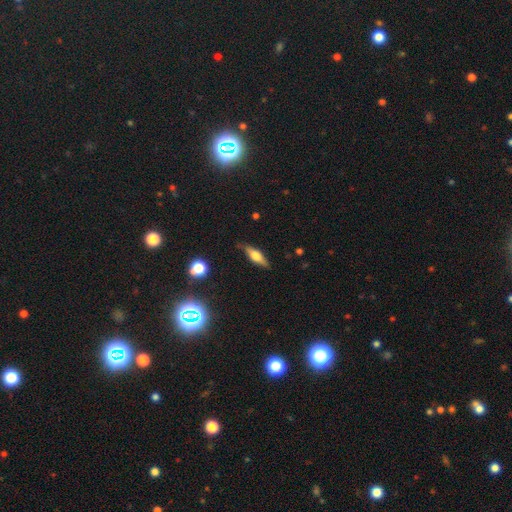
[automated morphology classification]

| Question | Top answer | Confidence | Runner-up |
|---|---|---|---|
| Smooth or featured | featured or disk | 50% | smooth (41%) |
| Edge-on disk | yes | 92% | no (8%) |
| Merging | none | 82% | minor disturbance (13%) |